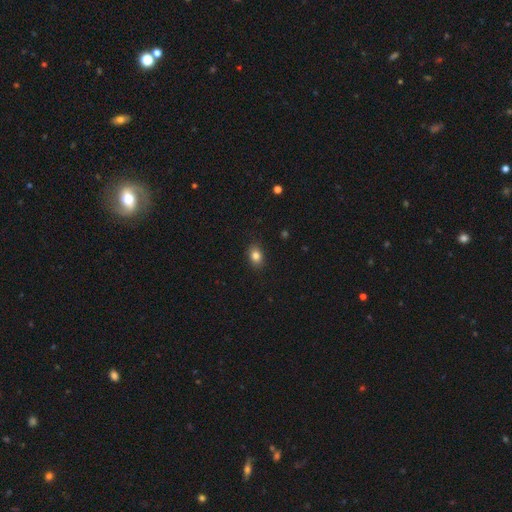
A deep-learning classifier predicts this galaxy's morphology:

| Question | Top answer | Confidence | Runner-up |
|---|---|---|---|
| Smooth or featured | smooth | 83% | star or artifact (11%) |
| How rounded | in between | 69% | round (29%) |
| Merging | none | 86% | minor disturbance (10%) |